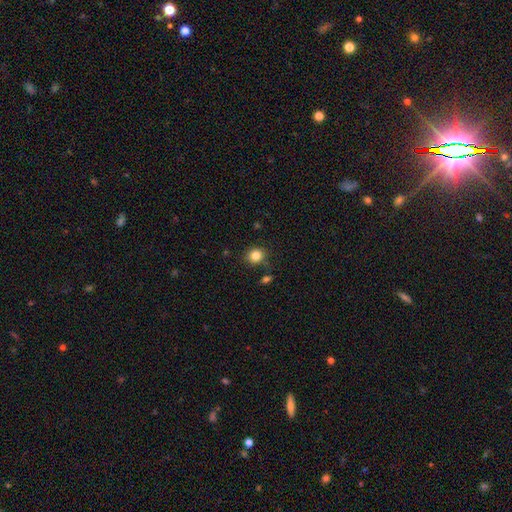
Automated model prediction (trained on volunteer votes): A smooth galaxy with no disk features (83%) that is round (79%). Merging: none (81%).